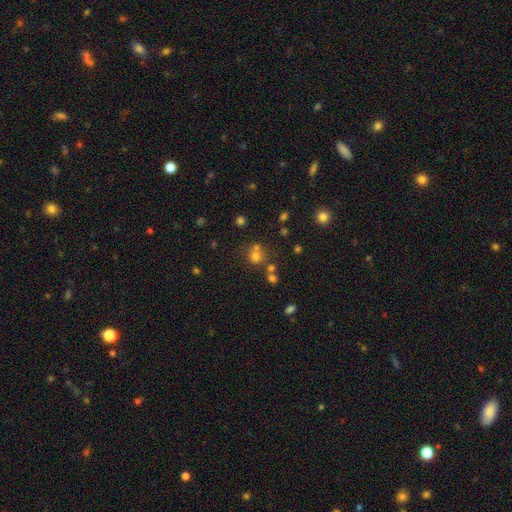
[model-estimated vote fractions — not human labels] Morphology: type=smooth (65%); roundness=round (87%); merging=none (58%).